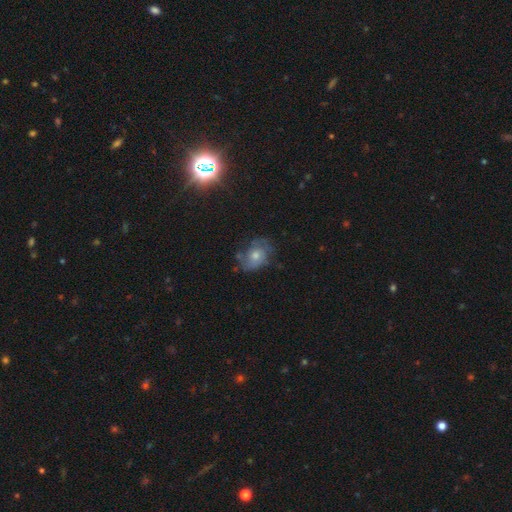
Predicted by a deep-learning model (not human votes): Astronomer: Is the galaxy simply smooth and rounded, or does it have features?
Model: smooth — 47% (runner-up: featured or disk, 43%).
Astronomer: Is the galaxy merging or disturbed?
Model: none — 55%.